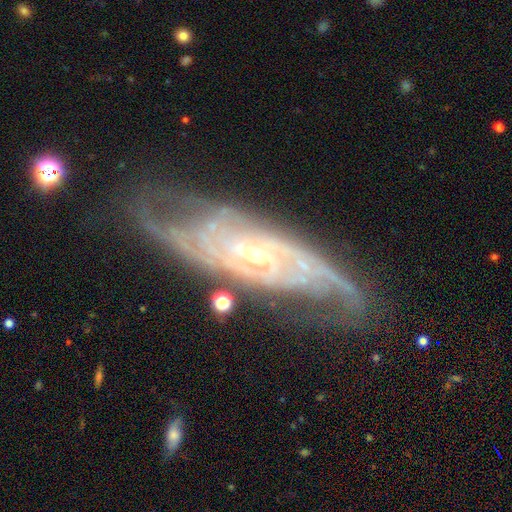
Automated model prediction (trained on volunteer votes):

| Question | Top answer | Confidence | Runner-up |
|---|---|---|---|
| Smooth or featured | featured or disk | 90% | star or artifact (6%) |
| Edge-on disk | no | 89% | yes (11%) |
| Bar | no | 55% | weak (32%) |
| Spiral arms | yes | 97% | no (3%) |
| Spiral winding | tight | 62% | medium (31%) |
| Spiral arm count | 2 | 31% | can't tell (27%) |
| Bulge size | small | 68% | moderate (29%) |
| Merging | none | 71% | minor disturbance (19%) |